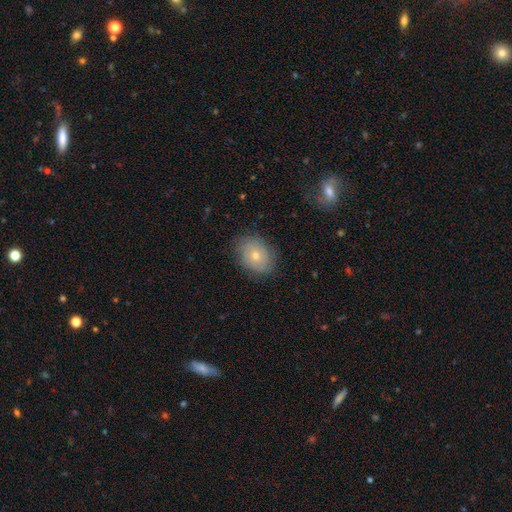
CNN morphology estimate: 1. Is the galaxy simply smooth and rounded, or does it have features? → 64% smooth, 27% featured or disk, 9% star or artifact.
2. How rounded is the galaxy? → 57% in between, 42% round, 1% cigar-shaped.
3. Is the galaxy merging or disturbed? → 80% none, 15% minor disturbance, 4% major disturbance, 1% merger.